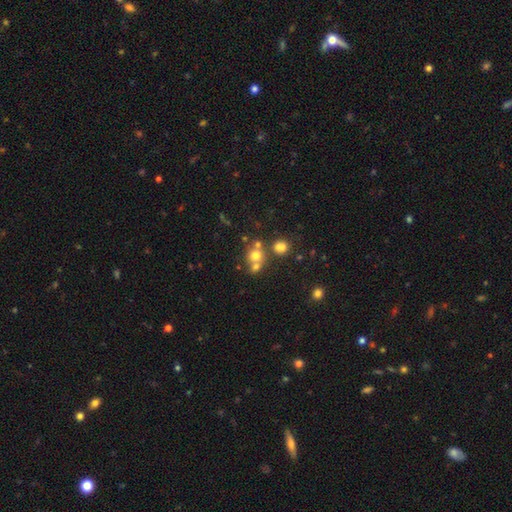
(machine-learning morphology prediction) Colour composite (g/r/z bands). It shows a smooth galaxy with no disk features (66%) that is round (81%). Merging: none (49%).